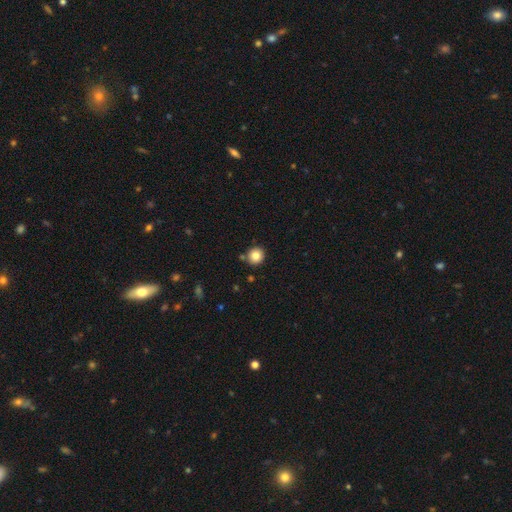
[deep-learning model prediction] Overall: smooth (83%). How rounded: round (91%). Merging: none (85%).